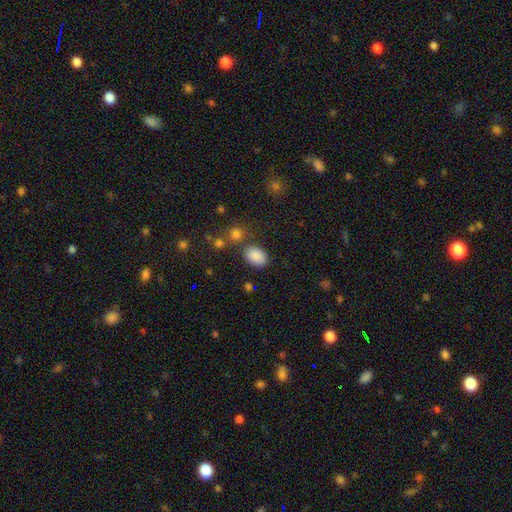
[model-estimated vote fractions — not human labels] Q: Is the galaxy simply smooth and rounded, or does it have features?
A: smooth — 87%.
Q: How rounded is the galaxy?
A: in between — 84%.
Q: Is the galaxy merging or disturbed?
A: none — 78%.